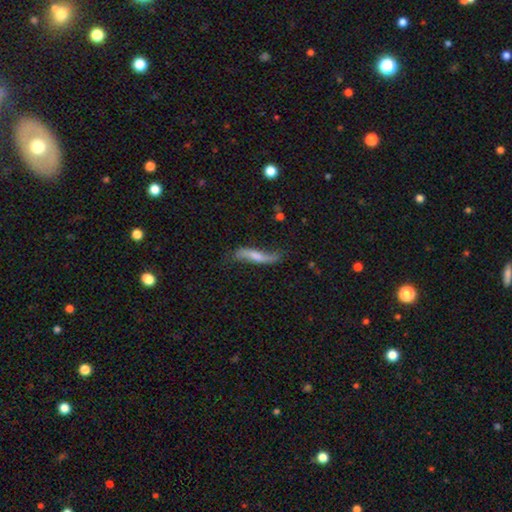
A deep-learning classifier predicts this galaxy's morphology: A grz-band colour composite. It shows a featured or disk galaxy (62%). Merging: none (60%).